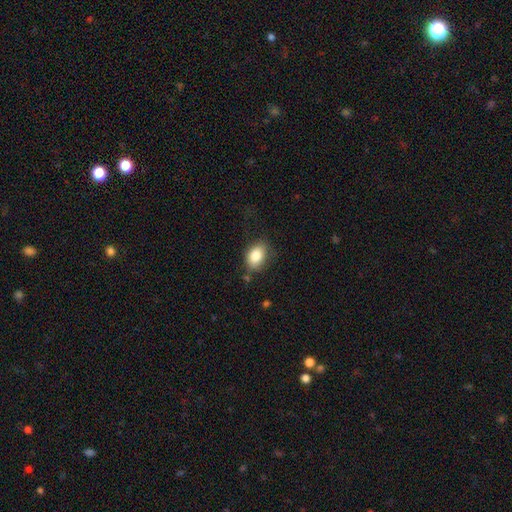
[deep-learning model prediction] Overall: smooth (84%). How rounded: in between (81%). Merging: none (73%).